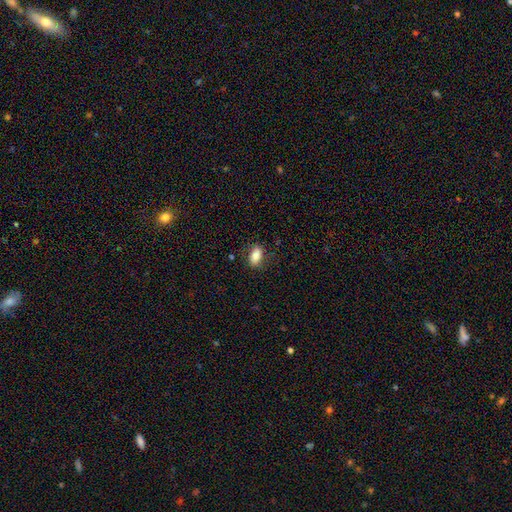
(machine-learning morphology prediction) type=smooth (82%); roundness=in between (88%); merging=none (79%).